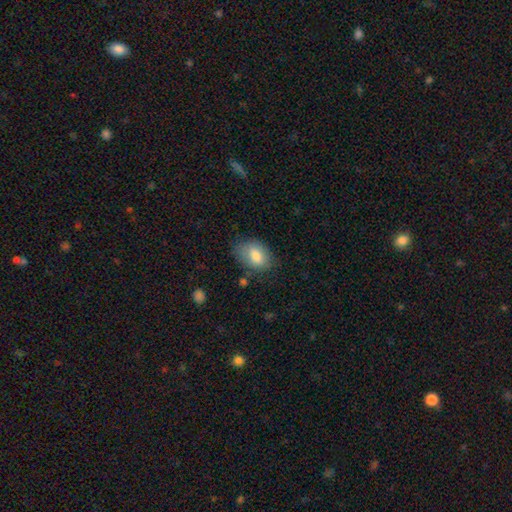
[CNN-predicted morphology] smooth_or_featured: smooth (p=0.80) [alt: featured or disk p=0.13]
how_rounded: in between (p=0.86) [alt: round p=0.12]
merging: none (p=0.68) [alt: minor disturbance p=0.23]